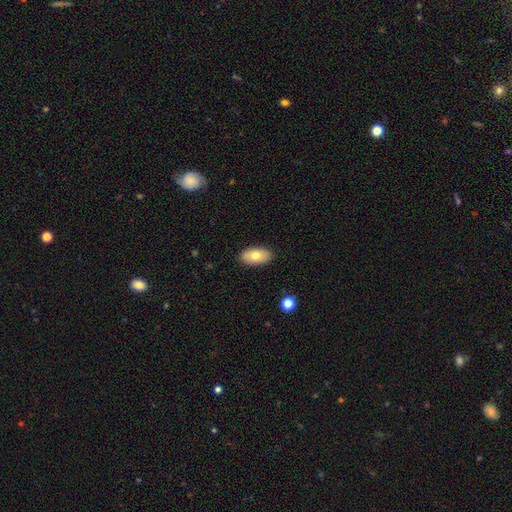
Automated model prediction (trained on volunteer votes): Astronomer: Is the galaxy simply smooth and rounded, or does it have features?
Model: smooth — 73%.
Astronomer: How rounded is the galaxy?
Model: in between — 93%.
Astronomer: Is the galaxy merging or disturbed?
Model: none — 88%.